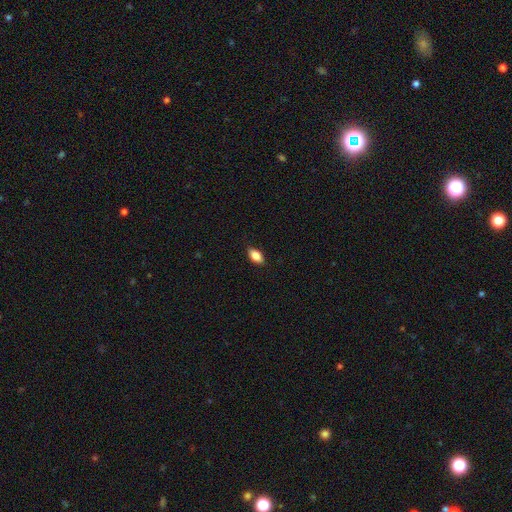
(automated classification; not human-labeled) A smooth galaxy with no disk features (84%) that is in between round and cigar-shaped (90%).

Vote fractions:
- Smooth or featured? smooth: 84% / featured or disk: 8% / star or artifact: 7%
- How rounded? in between: 90% / round: 5% / cigar-shaped: 5%
- Merging? none: 86% / minor disturbance: 11% / major disturbance: 2% / merger: 1%